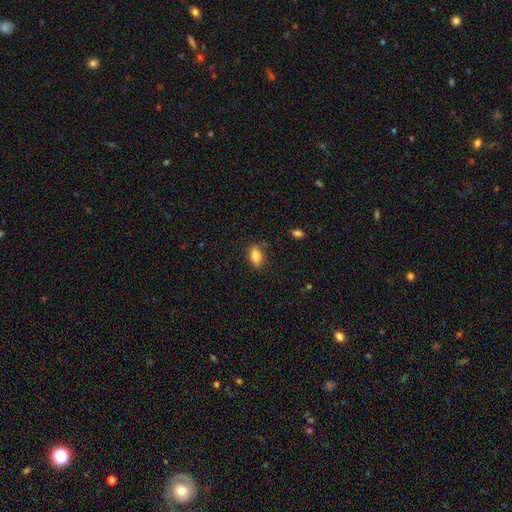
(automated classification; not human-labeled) Morphology: type=smooth (81%); roundness=in between (86%); merging=none (85%).